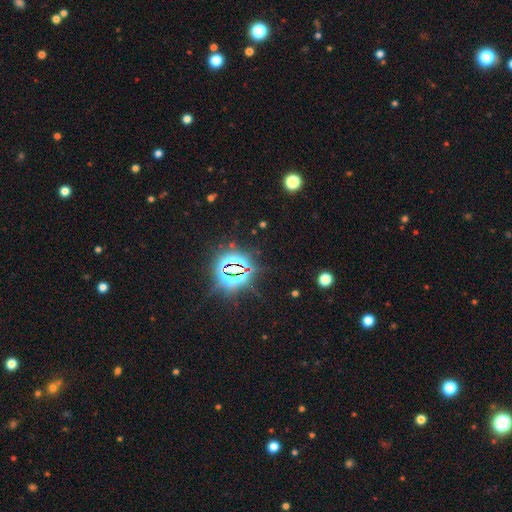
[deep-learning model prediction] A star or artifact, not a galaxy (83%).